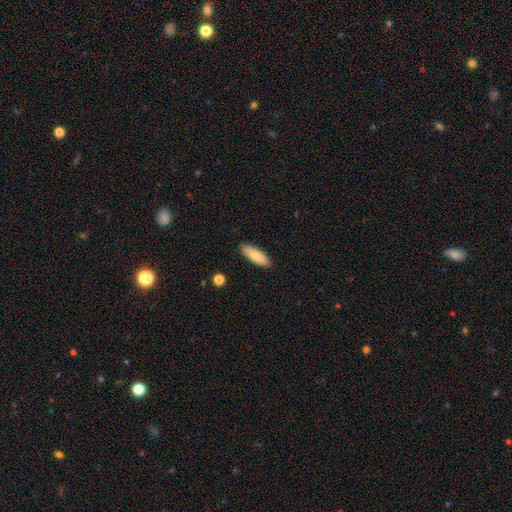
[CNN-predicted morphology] smooth_or_featured: smooth (p=0.82) [alt: featured or disk p=0.12]
how_rounded: in between (p=0.61) [alt: cigar-shaped p=0.38]
merging: none (p=0.88) [alt: minor disturbance p=0.09]